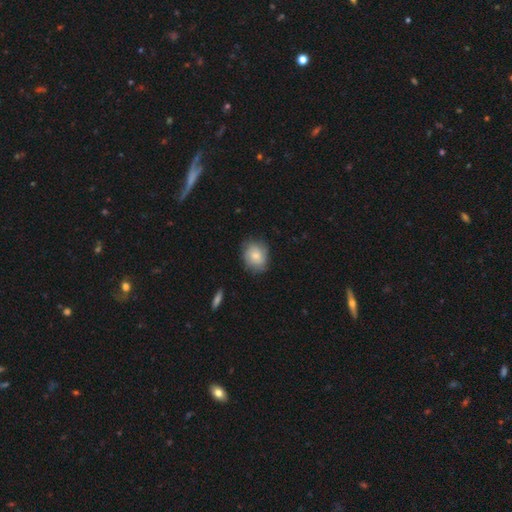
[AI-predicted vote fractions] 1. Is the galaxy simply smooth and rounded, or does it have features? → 71% smooth, 22% featured or disk, 7% star or artifact.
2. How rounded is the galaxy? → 52% round, 47% in between, 1% cigar-shaped.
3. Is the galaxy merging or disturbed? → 73% none, 21% minor disturbance, 5% major disturbance, 1% merger.